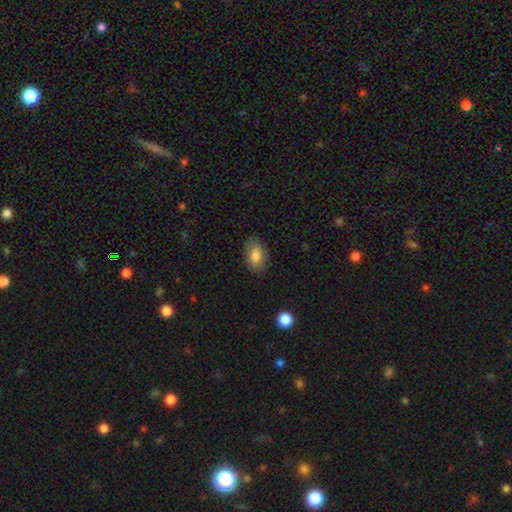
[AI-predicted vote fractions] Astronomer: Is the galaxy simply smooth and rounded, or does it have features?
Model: smooth — 82%.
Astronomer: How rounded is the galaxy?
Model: in between — 90%.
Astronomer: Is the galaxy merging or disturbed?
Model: none — 83%.